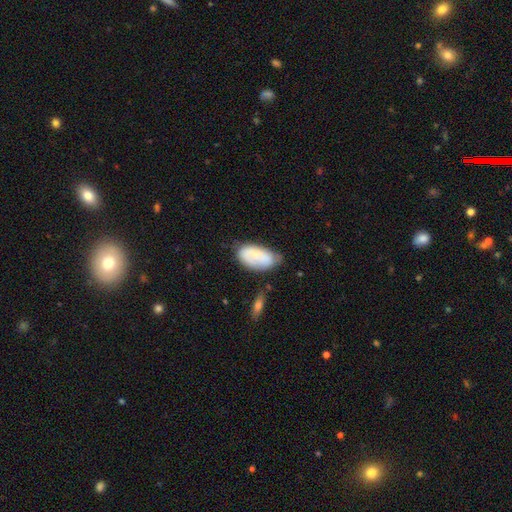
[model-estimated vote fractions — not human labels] This appears to be a smooth galaxy with no disk features (57%) that is in between round and cigar-shaped (93%). Merging: none (52%).